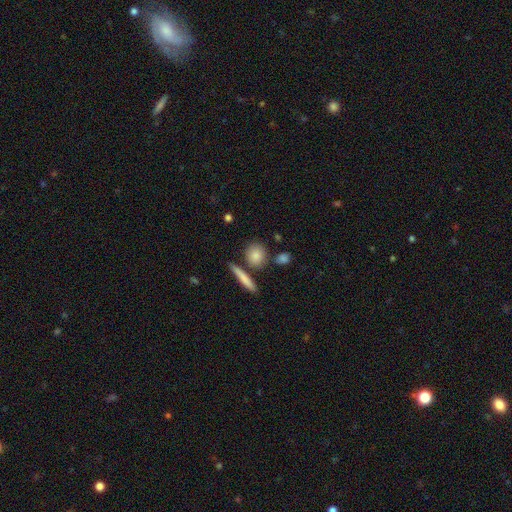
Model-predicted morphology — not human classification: This appears to be a smooth galaxy with no disk features (83%) that is round (65%). Merging: none (75%).